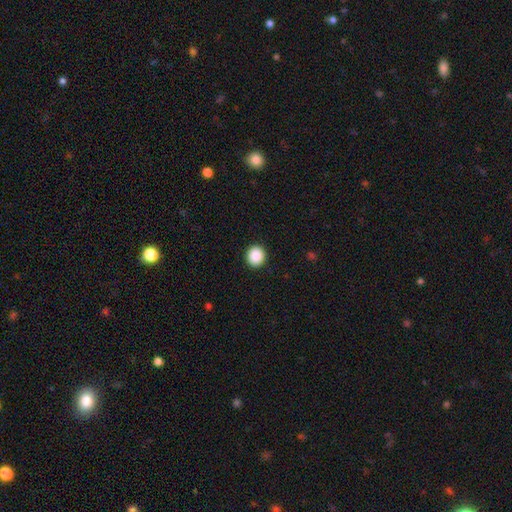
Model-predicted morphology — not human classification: Smooth or featured: smooth — 89% (star or artifact — 8%)
How rounded: round — 87% (in between — 12%)
Merging: none — 93% (minor disturbance — 5%)